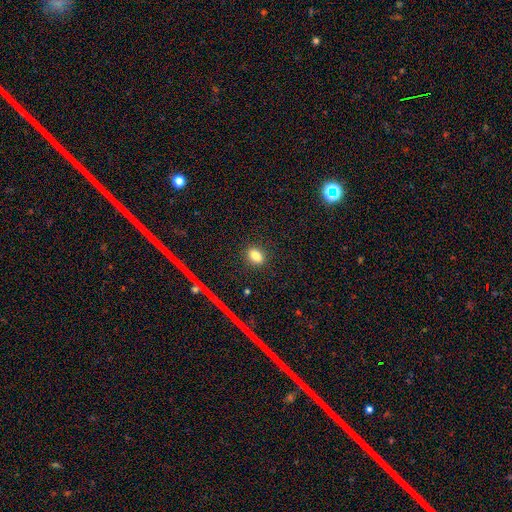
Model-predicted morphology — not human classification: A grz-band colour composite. It shows a smooth galaxy with no disk features (80%) that is in between round and cigar-shaped (60%). Merging: none (88%).